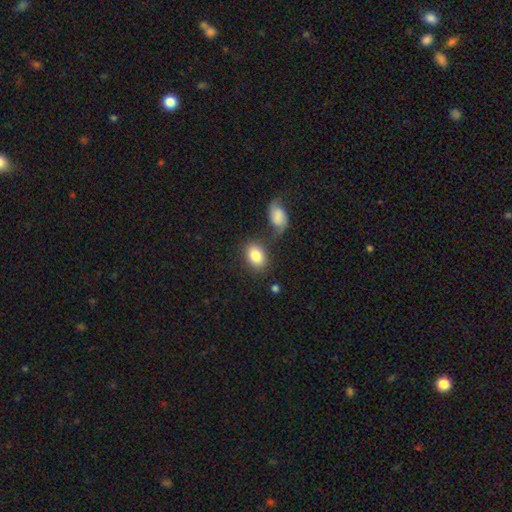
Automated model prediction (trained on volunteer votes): The model was most divided on "how rounded": in between: 75%, round: 23%, cigar-shaped: 1%. More confident: smooth or featured — smooth (83%); merging — none (69%).